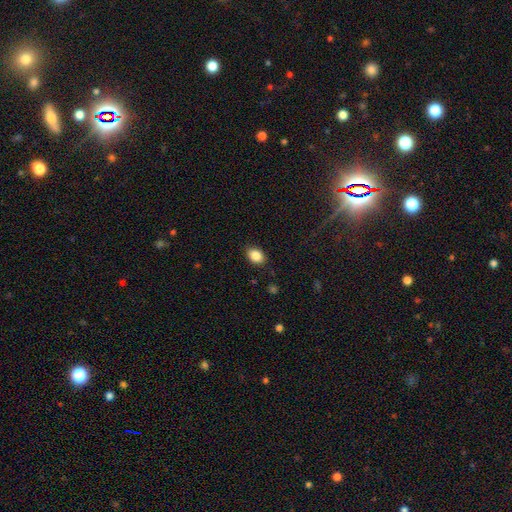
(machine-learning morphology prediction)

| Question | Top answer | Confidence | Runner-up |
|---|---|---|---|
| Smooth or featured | smooth | 86% | star or artifact (9%) |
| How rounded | in between | 74% | round (25%) |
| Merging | none | 86% | minor disturbance (10%) |